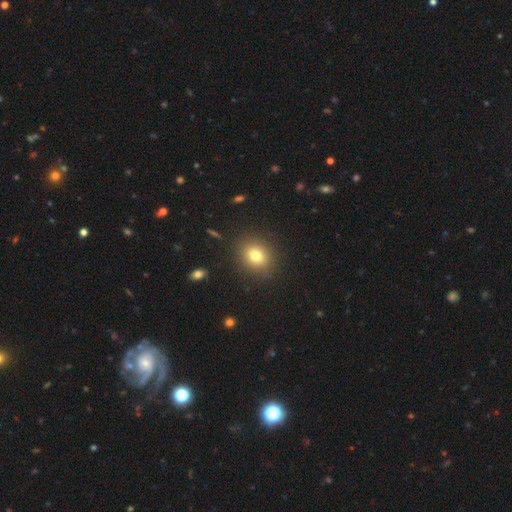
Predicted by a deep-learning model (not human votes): smooth 77%, star or artifact 13%, featured or disk 10%. Down the decision tree: how rounded — round (66%); merging — none (89%).